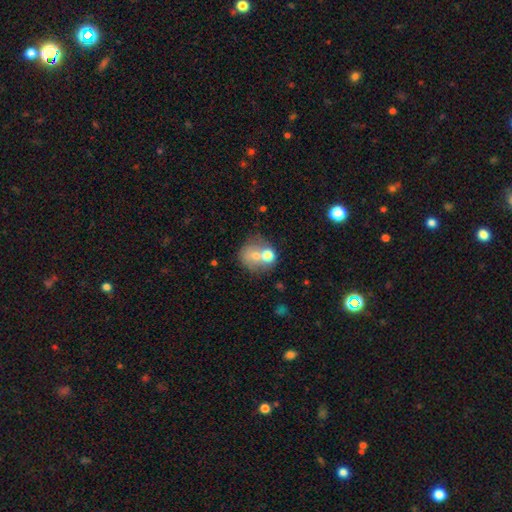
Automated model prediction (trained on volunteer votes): smooth_or_featured: smooth (p=0.65) [alt: featured or disk p=0.24]
how_rounded: round (p=0.75) [alt: in between p=0.24]
merging: merger (p=0.49) [alt: none p=0.33]